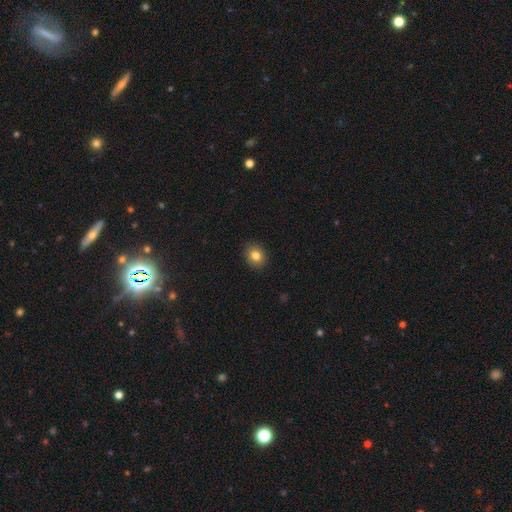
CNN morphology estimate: A smooth galaxy with no disk features (81%) that is round (69%). Merging: none (90%).